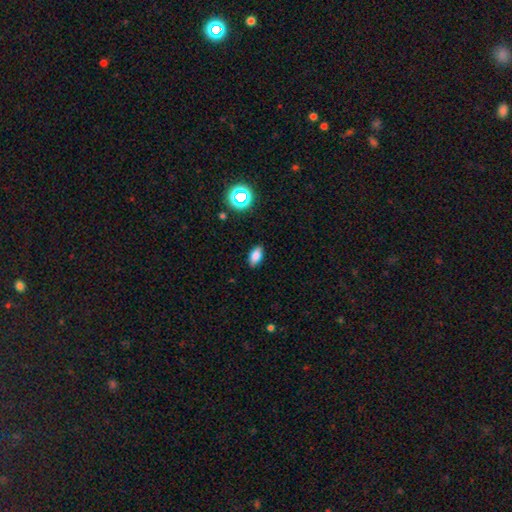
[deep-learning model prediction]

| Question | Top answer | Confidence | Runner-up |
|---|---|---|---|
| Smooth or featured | smooth | 80% | star or artifact (12%) |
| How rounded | in between | 87% | cigar-shaped (8%) |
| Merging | none | 87% | minor disturbance (9%) |